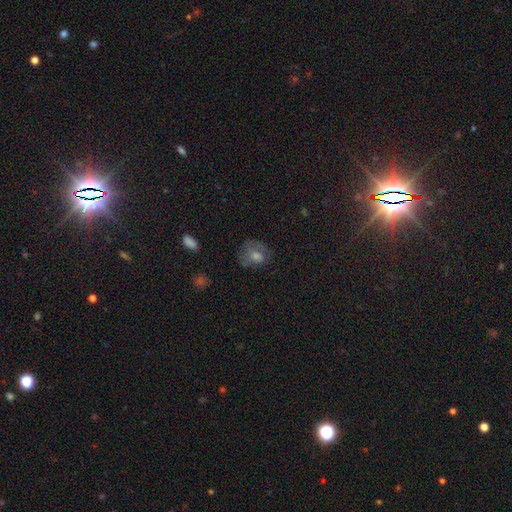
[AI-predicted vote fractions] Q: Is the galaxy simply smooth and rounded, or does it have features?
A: smooth — 55%.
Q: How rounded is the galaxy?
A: round — 67%.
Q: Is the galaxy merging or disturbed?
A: none — 66%.